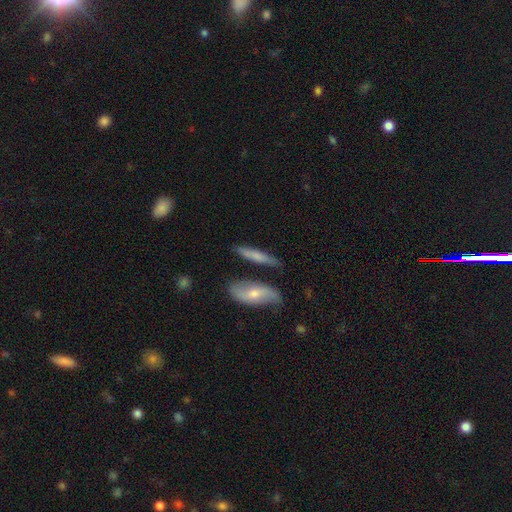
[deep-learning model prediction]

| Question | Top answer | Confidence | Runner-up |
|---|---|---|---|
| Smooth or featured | smooth | 61% | featured or disk (33%) |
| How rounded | cigar-shaped | 78% | in between (19%) |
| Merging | none | 71% | minor disturbance (16%) |